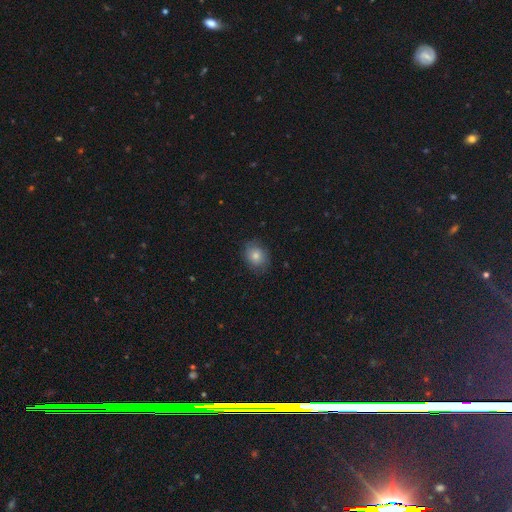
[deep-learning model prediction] Q: Smooth or featured?
A: smooth (78%); runner-up: featured or disk (13%)
Q: How rounded?
A: round (56%); runner-up: in between (43%)
Q: Merging?
A: none (79%); runner-up: minor disturbance (16%)